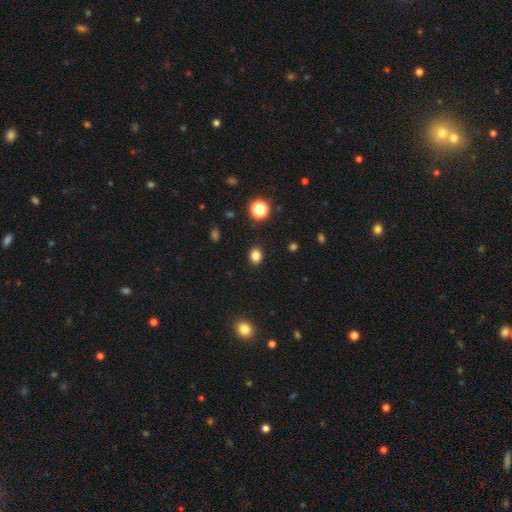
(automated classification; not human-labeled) Overall: smooth (83%). How rounded: round (50%; in between 49%). Merging: none (89%).